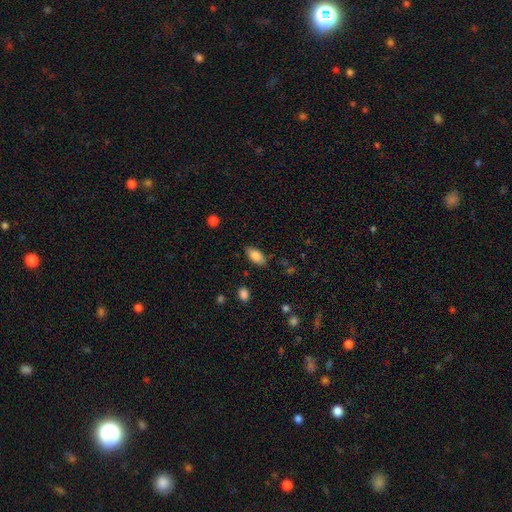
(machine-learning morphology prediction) A smooth galaxy with no disk features (81%) that is in between round and cigar-shaped (90%). Merging: none (82%).